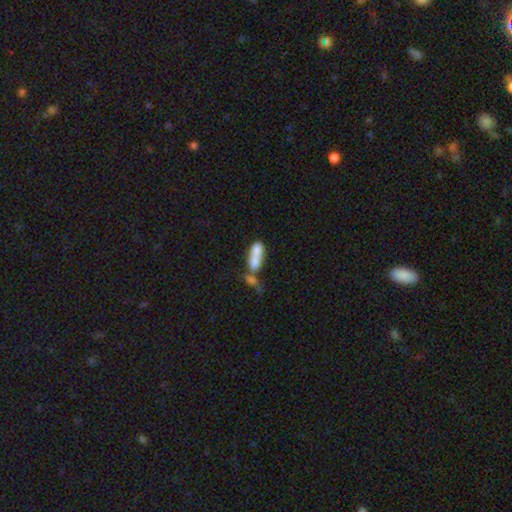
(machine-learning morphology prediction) Q: Smooth or featured?
A: smooth (72%); runner-up: featured or disk (19%)
Q: How rounded?
A: in between (70%); runner-up: cigar-shaped (26%)
Q: Merging?
A: merger (58%); runner-up: none (20%)